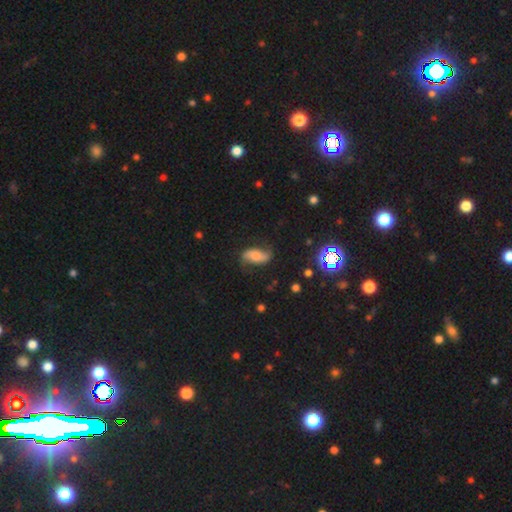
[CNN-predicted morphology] Overall: featured or disk (48%; smooth 41%). Merging: none (67%).